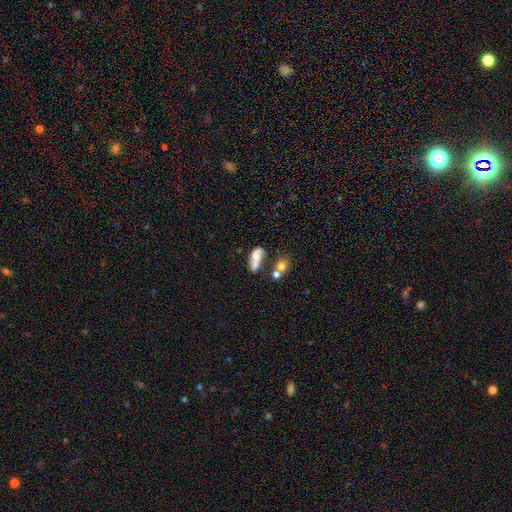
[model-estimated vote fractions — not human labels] smooth_or_featured: smooth (p=0.51) [alt: featured or disk p=0.38]
how_rounded: in between (p=0.76) [alt: cigar-shaped p=0.14]
merging: merger (p=0.41) [alt: none p=0.27]